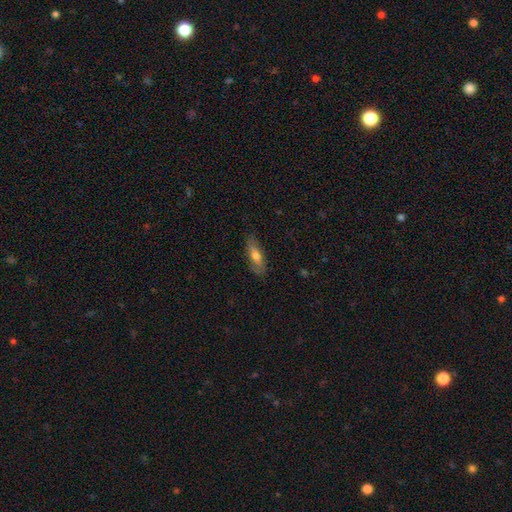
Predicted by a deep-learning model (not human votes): The model was most divided on "how rounded": in between: 58%, cigar-shaped: 40%, round: 3%. More confident: merging — none (79%); smooth or featured — smooth (62%).